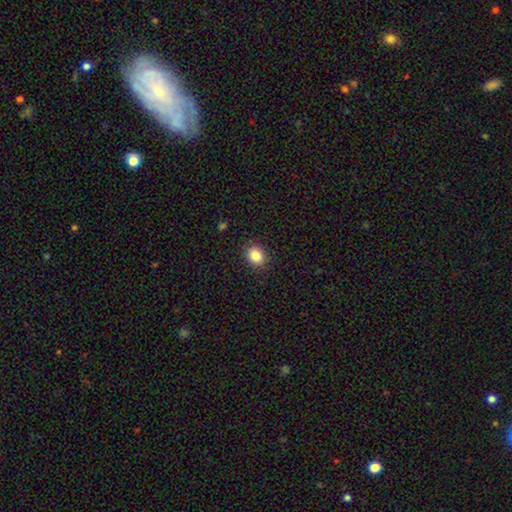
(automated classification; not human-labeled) The model was most divided on "how rounded": round: 61%, in between: 38%, cigar-shaped: 1%. More confident: merging — none (90%); smooth or featured — smooth (85%).